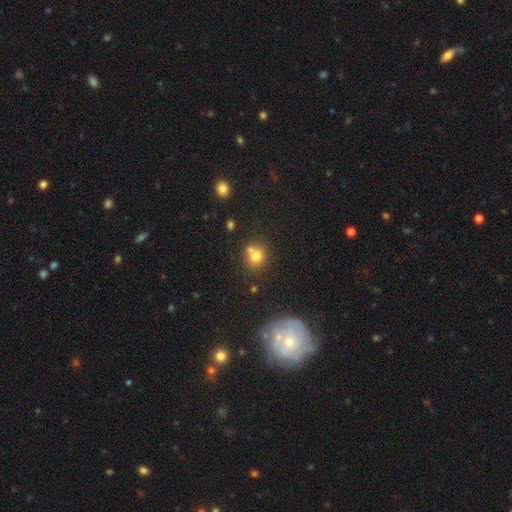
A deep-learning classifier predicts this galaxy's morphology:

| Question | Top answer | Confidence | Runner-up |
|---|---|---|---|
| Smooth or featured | smooth | 75% | star or artifact (13%) |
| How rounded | round | 78% | in between (21%) |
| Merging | none | 54% | merger (28%) |